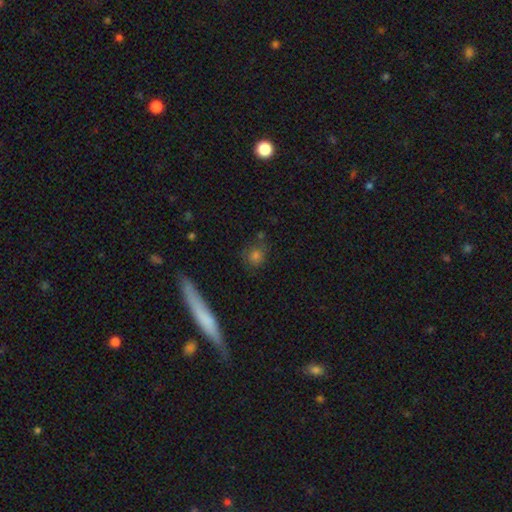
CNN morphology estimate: This is likely a smooth galaxy (75%). How rounded: likely round (76%). Merging: likely none (77%).